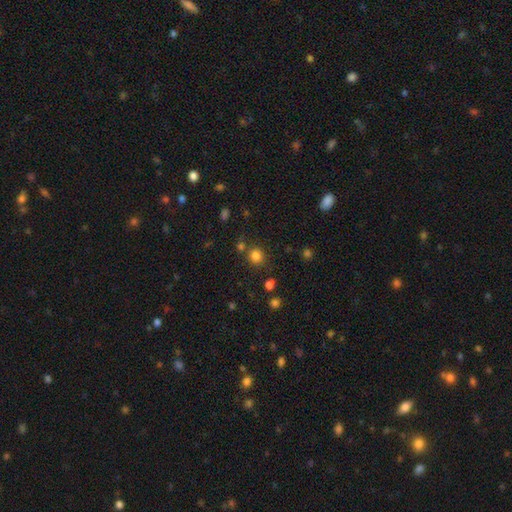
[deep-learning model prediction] Q: Smooth or featured?
A: smooth (80%); runner-up: star or artifact (15%)
Q: How rounded?
A: round (87%); runner-up: in between (12%)
Q: Merging?
A: none (76%); runner-up: merger (11%)